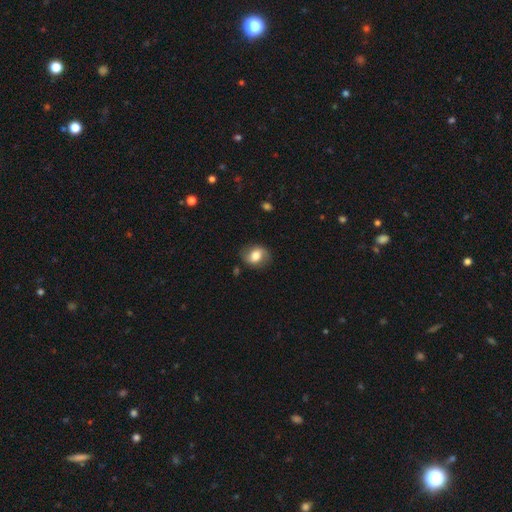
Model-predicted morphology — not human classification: Smooth or featured? Predicted: smooth (p=0.58). How rounded? Predicted: in between (p=0.55). Merging? Predicted: none (p=0.76).